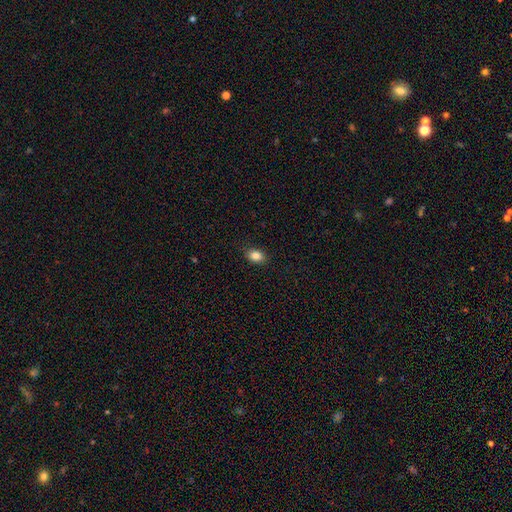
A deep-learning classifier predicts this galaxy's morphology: Smooth or featured?
  - smooth: 85% *
  - star or artifact: 9%
  - featured or disk: 5%
How rounded?
  - in between: 75% *
  - round: 24%
  - cigar-shaped: 1%
Merging?
  - none: 87% *
  - minor disturbance: 9%
  - major disturbance: 2%
  - merger: 1%